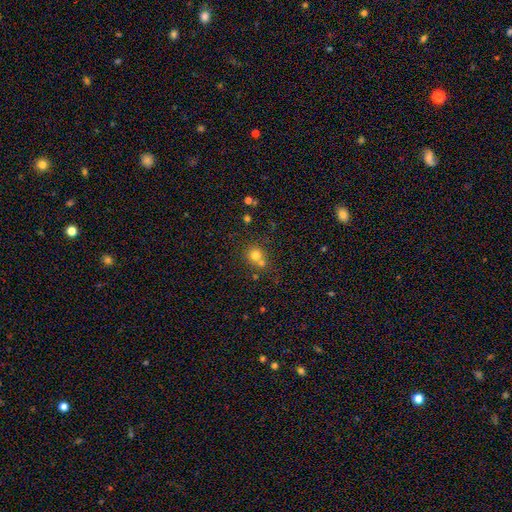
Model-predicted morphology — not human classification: type=smooth (73%); roundness=round (88%); merging=none (54%).